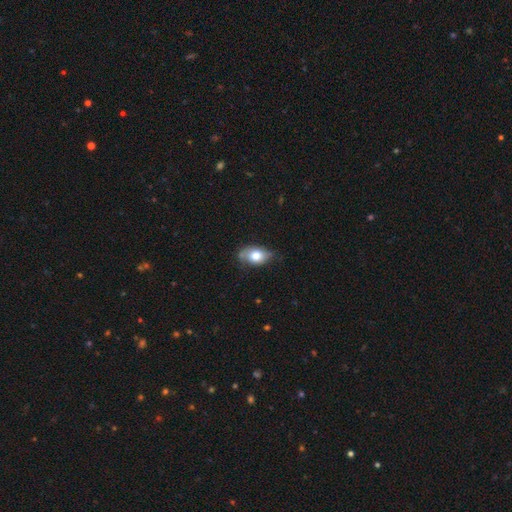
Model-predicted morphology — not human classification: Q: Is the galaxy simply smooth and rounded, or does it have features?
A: smooth — 71%.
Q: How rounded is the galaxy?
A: in between — 84%.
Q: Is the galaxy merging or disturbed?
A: none — 59%.